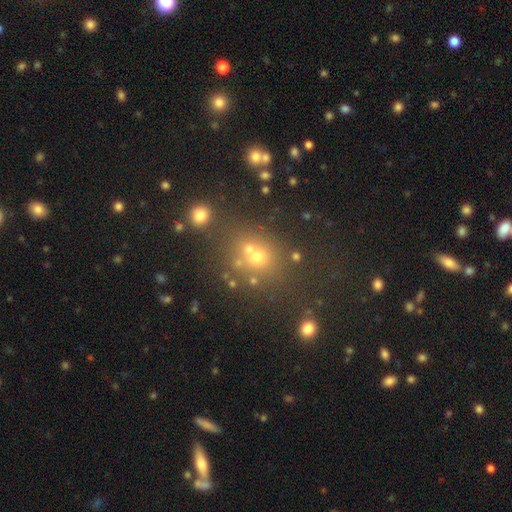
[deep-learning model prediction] Smooth or featured? Predicted: smooth (p=0.57). How rounded? Predicted: round (p=0.74). Merging? Predicted: none (p=0.55).